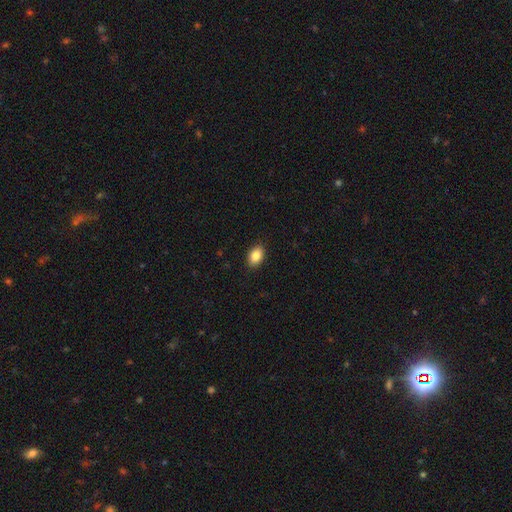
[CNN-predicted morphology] A smooth galaxy with no disk features (86%) that is in between round and cigar-shaped (85%). Merging: none (89%).